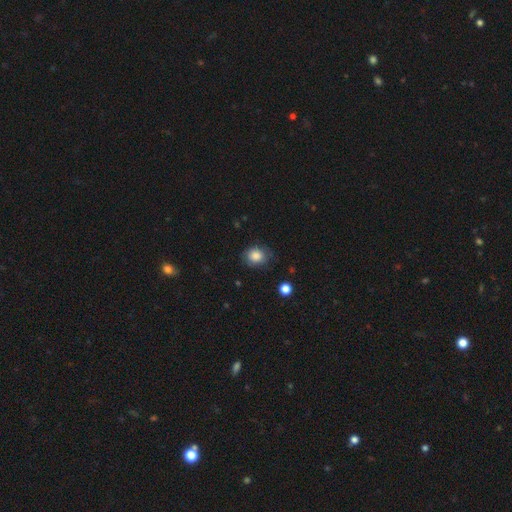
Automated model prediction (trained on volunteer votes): A smooth galaxy with no disk features (83%) that is round (66%).

Vote fractions:
- Smooth or featured? smooth: 83% / star or artifact: 9% / featured or disk: 8%
- How rounded? round: 66% / in between: 33% / cigar-shaped: 1%
- Merging? none: 73% / minor disturbance: 20% / major disturbance: 6% / merger: 1%